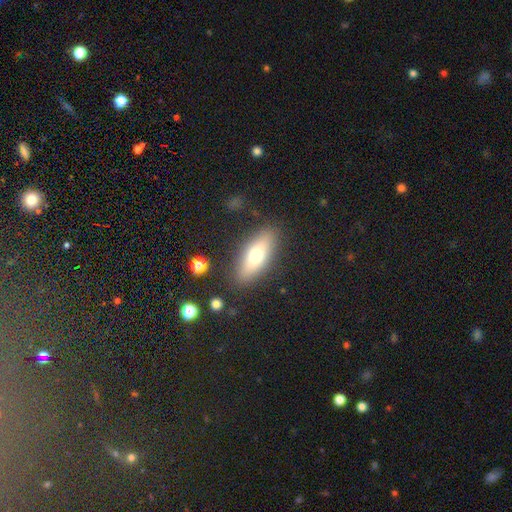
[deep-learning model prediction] Smooth or featured? smooth (66%)
How rounded? in between (63%)
Merging? none (85%)